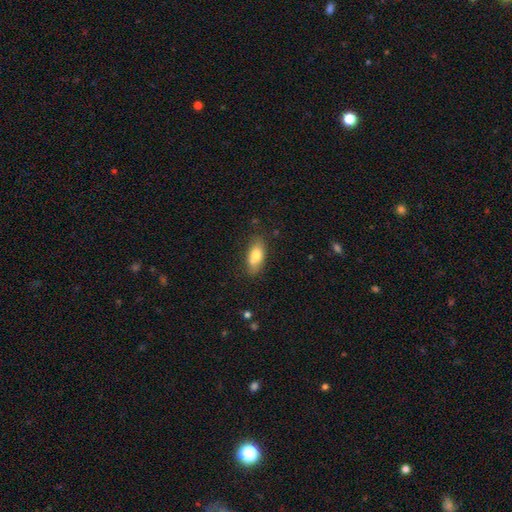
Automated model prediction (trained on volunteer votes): Smooth or featured? Predicted: smooth (p=0.77). How rounded? Predicted: in between (p=0.81). Merging? Predicted: none (p=0.77).